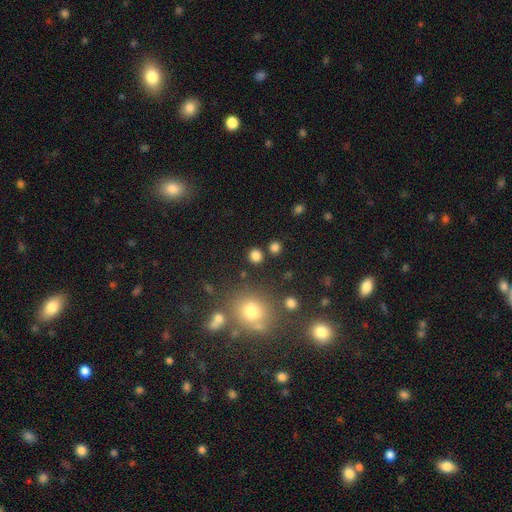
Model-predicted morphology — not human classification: Smooth or featured: smooth — 79% (star or artifact — 16%)
How rounded: round — 87% (in between — 12%)
Merging: none — 85% (minor disturbance — 7%)